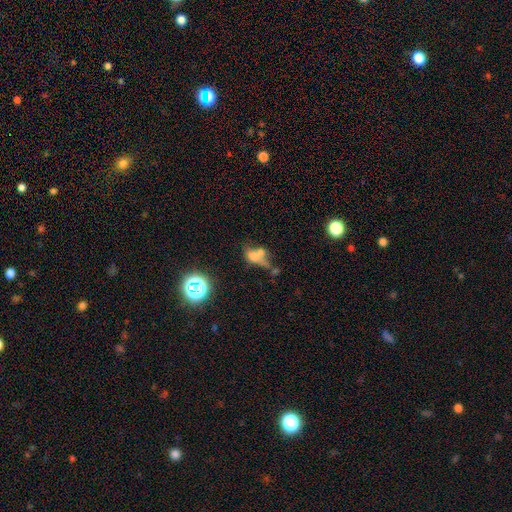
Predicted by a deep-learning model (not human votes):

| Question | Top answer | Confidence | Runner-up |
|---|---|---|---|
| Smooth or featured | smooth | 51% | featured or disk (30%) |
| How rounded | in between | 65% | round (26%) |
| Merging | merger | 46% | none (24%) |